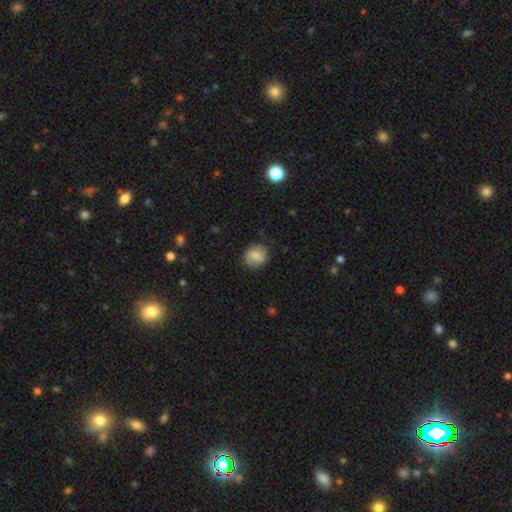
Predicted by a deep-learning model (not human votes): This appears to be a smooth galaxy with no disk features (69%) that is round (85%). Merging: none (78%).